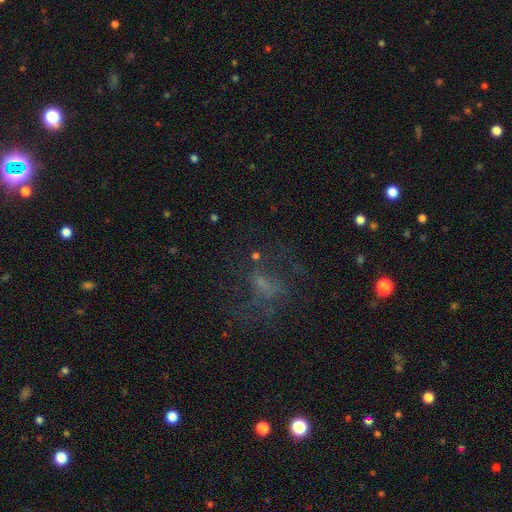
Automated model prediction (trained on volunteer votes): smooth-or-featured: featured or disk: 43% | smooth: 30% | star or artifact: 26%
  merging: none: 47% | major disturbance: 33% | minor disturbance: 16% | merger: 4%